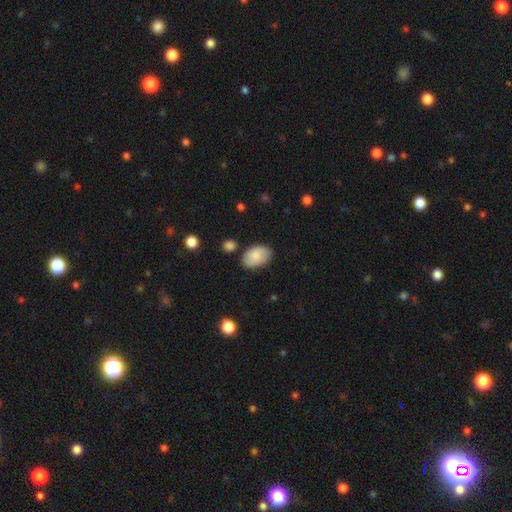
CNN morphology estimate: This appears to be a smooth galaxy with no disk features (80%) that is in between round and cigar-shaped (90%). Merging: none (78%).